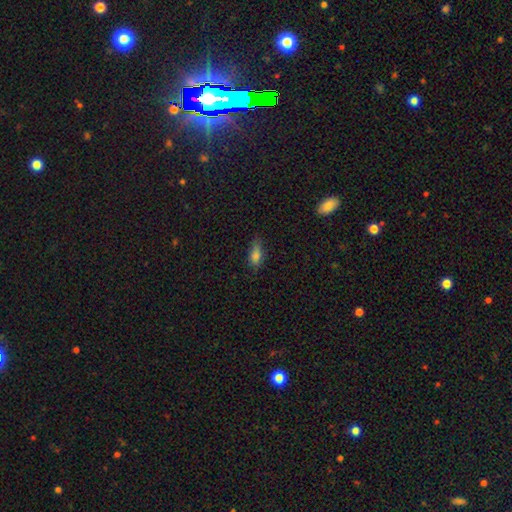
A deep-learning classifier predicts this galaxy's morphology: Overall: smooth (80%). How rounded: in between (79%). Merging: none (67%).